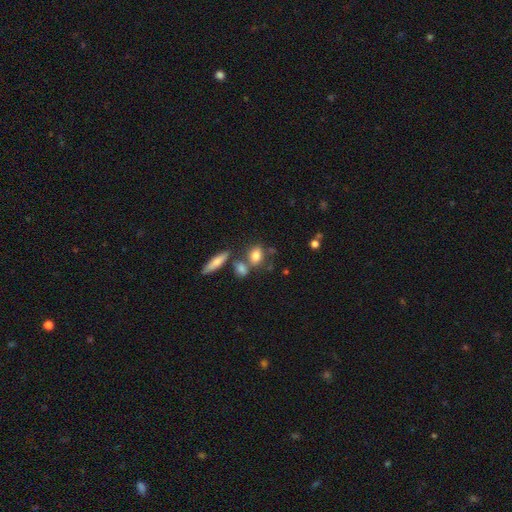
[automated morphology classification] smooth-or-featured: smooth: 79% | featured or disk: 12% | star or artifact: 9%
  how-rounded: in between: 68% | round: 25% | cigar-shaped: 7%
  merging: none: 59% | merger: 23% | minor disturbance: 13% | major disturbance: 5%